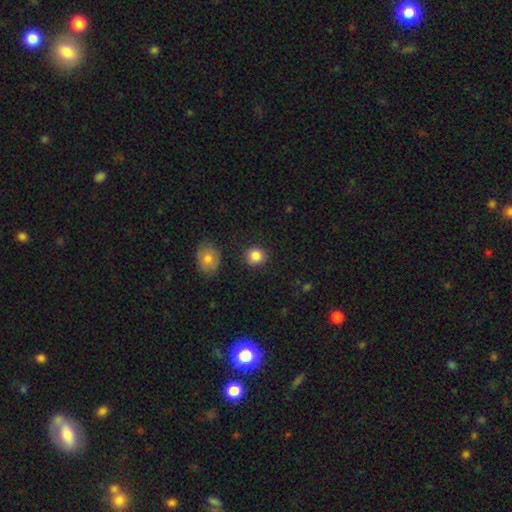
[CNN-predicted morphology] smooth_or_featured: smooth (p=0.86) [alt: star or artifact p=0.10]
how_rounded: round (p=0.88) [alt: in between p=0.11]
merging: none (p=0.88) [alt: minor disturbance p=0.07]